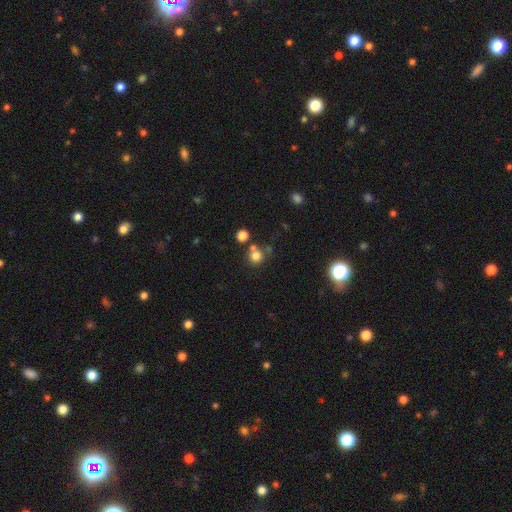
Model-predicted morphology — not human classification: Smooth or featured? Predicted: smooth (p=0.76). How rounded? Predicted: round (p=0.89). Merging? Predicted: none (p=0.62).